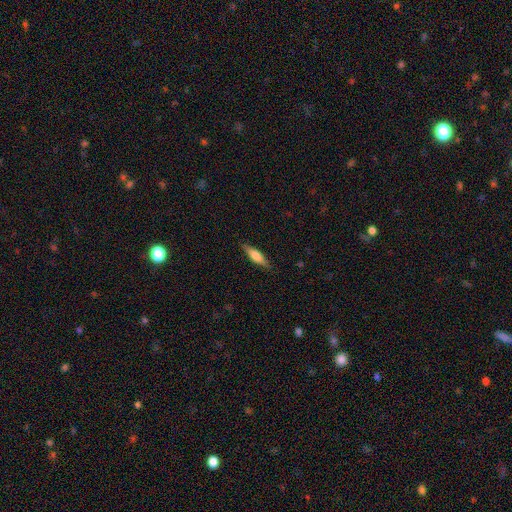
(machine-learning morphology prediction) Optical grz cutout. It shows a smooth galaxy with no disk features (57%) that is cigar-shaped (69%). Merging: none (86%).